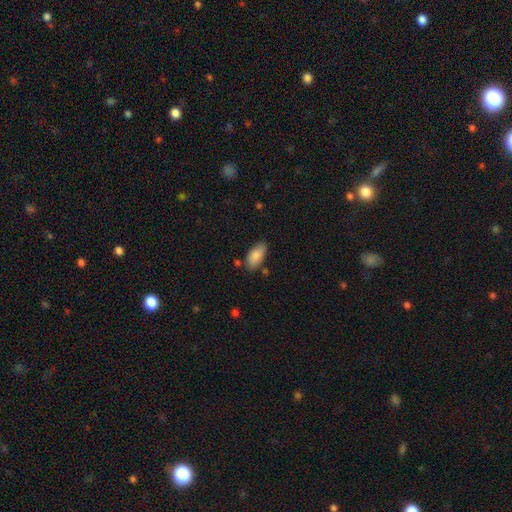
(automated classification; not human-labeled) This is clearly a smooth galaxy (85%). How rounded: clearly in between (92%). Merging: likely none (76%).